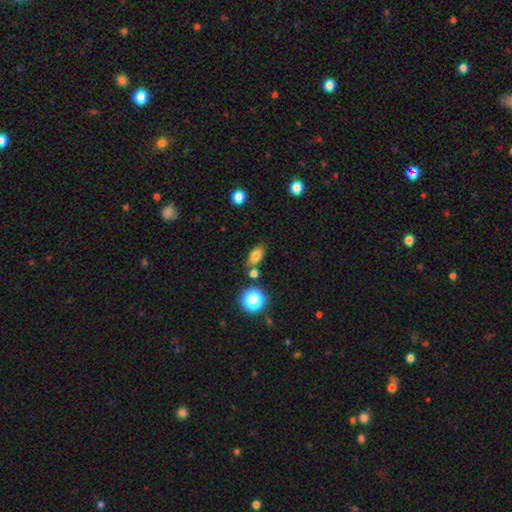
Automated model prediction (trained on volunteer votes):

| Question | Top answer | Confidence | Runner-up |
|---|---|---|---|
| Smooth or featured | smooth | 78% | star or artifact (13%) |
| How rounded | in between | 83% | round (13%) |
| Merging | none | 76% | minor disturbance (12%) |